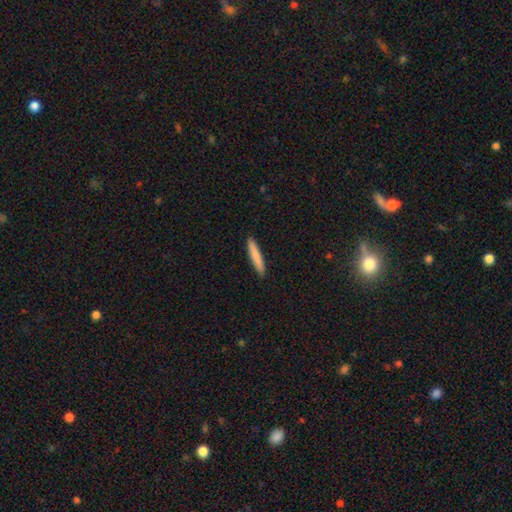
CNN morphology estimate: Smooth or featured: smooth — 82% (featured or disk — 13%)
How rounded: cigar-shaped — 94% (in between — 5%)
Merging: none — 91% (minor disturbance — 7%)